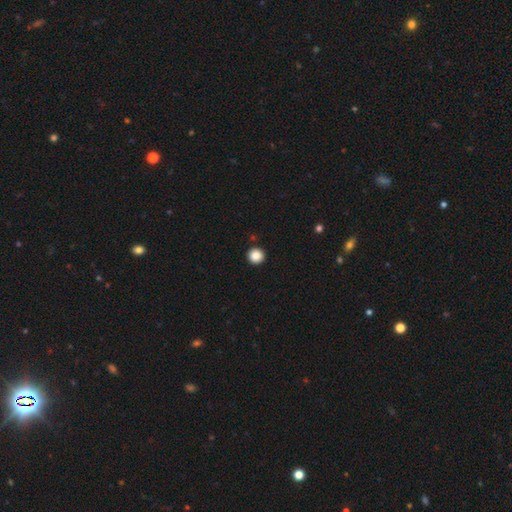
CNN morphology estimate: smooth-or-featured: smooth: 87% | star or artifact: 10% | featured or disk: 3%
  how-rounded: round: 95% | in between: 4% | cigar-shaped: 1%
  merging: none: 93% | minor disturbance: 4% | major disturbance: 1% | merger: 1%